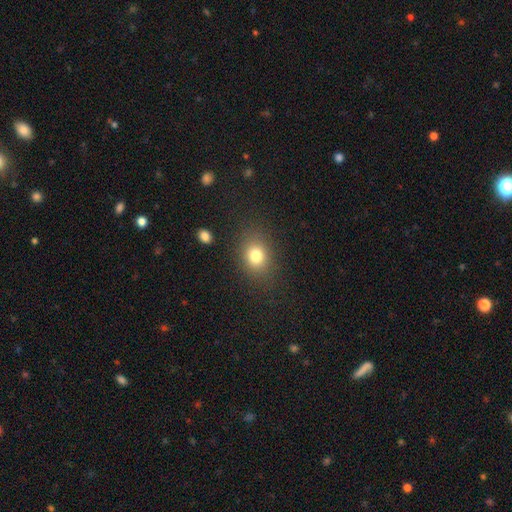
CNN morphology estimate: type=smooth (78%); roundness=round (54%); merging=none (83%).